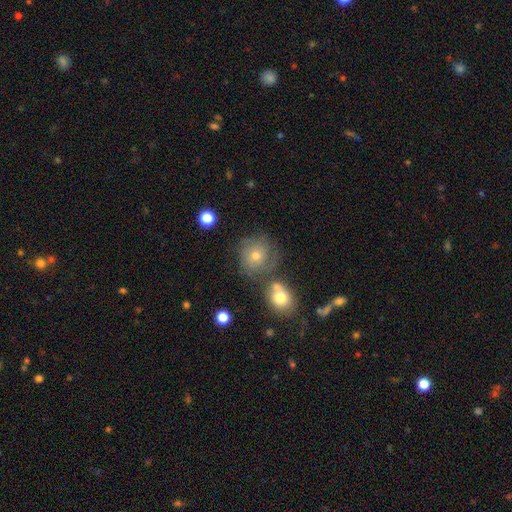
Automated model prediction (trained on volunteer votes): Smooth or featured?
  - smooth: 47% *
  - featured or disk: 37%
  - star or artifact: 16%
Merging?
  - none: 62% *
  - minor disturbance: 16%
  - merger: 14%
  - major disturbance: 8%